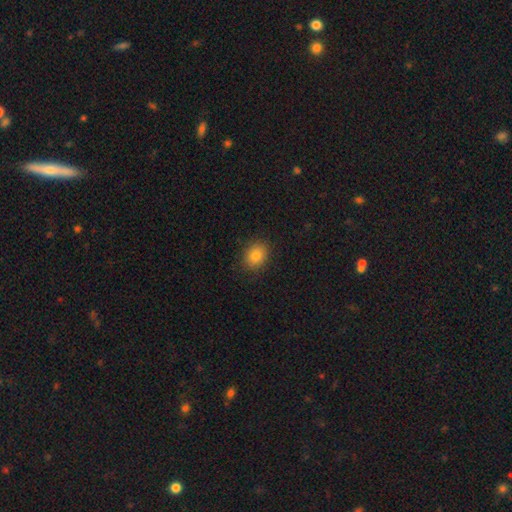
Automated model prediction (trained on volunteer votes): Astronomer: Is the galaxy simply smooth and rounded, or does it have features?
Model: smooth — 84%.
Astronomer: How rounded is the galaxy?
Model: in between — 50% (runner-up: round, 49%).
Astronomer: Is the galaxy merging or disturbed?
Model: none — 88%.